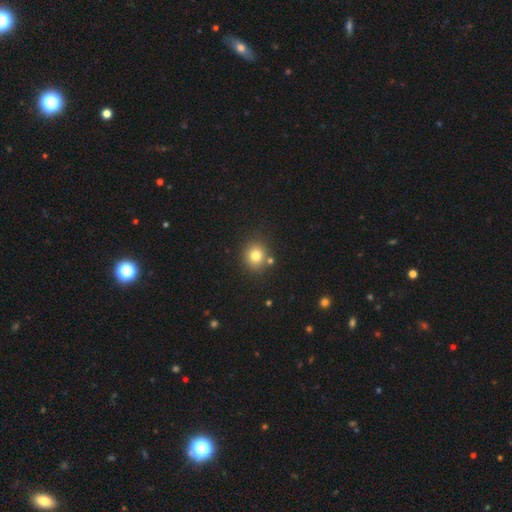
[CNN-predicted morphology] This is likely a smooth galaxy (79%). How rounded: clearly round (85%). Merging: likely none (80%).